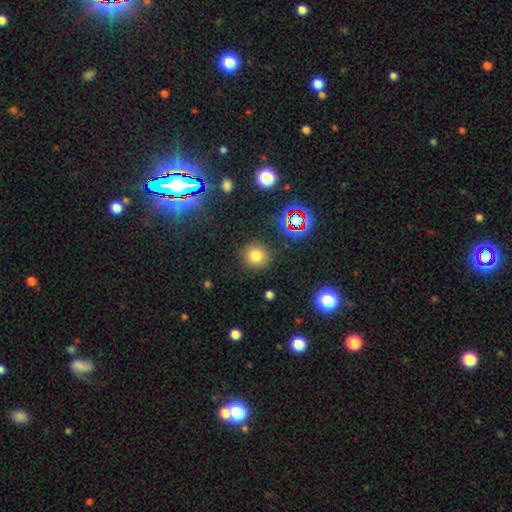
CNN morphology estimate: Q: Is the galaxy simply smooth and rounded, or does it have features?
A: smooth — 75%.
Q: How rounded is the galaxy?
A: round — 91%.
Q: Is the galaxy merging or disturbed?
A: none — 88%.